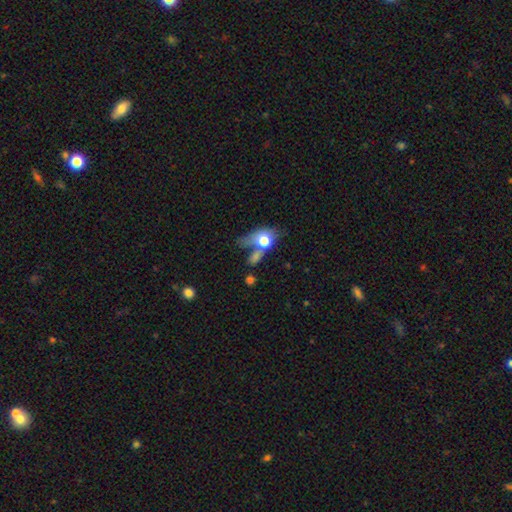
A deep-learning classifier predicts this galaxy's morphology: Smooth or featured?
  - smooth: 62% *
  - featured or disk: 24%
  - star or artifact: 13%
How rounded?
  - in between: 52% *
  - round: 38%
  - cigar-shaped: 10%
Merging?
  - merger: 36% *
  - none: 34%
  - major disturbance: 16%
  - minor disturbance: 14%